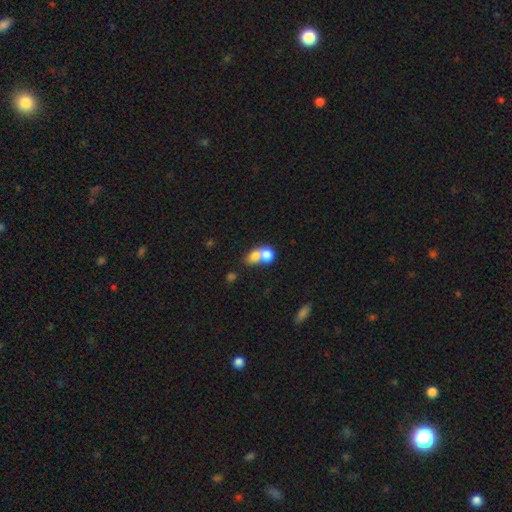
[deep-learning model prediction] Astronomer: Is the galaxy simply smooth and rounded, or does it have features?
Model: smooth — 74%.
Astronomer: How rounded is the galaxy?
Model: round — 50% (runner-up: in between, 48%).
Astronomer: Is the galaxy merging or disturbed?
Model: merger — 67%.